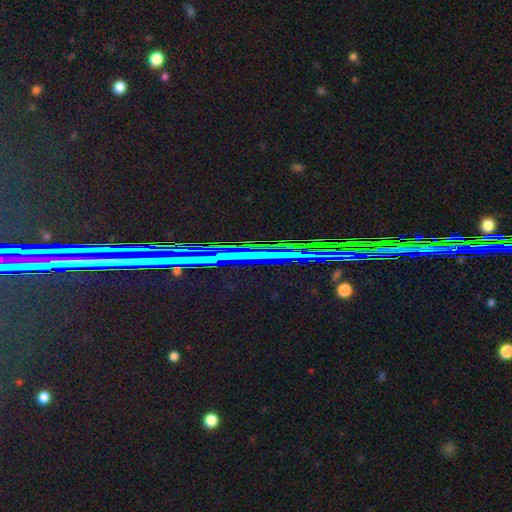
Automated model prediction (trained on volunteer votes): A star or artifact, not a galaxy (77%).

Vote fractions:
- Smooth or featured? star or artifact: 77% / featured or disk: 14% / smooth: 9%